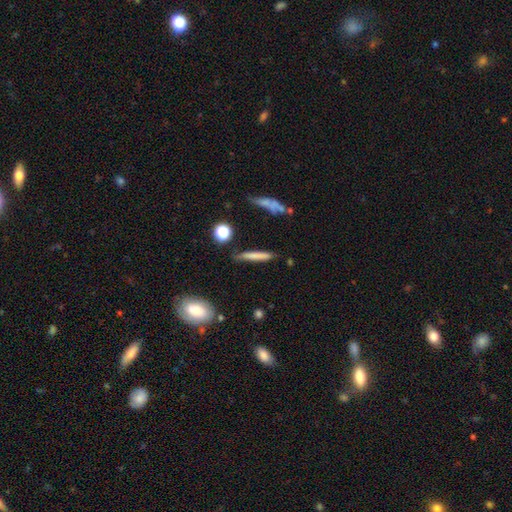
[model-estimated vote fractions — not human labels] This appears to be a smooth galaxy with no disk features (71%) that is cigar-shaped (91%). Merging: none (80%).